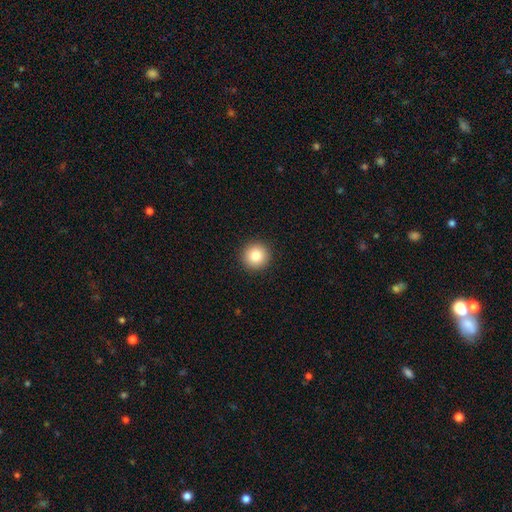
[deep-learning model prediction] Overall: smooth (83%). How rounded: round (95%). Merging: none (93%).